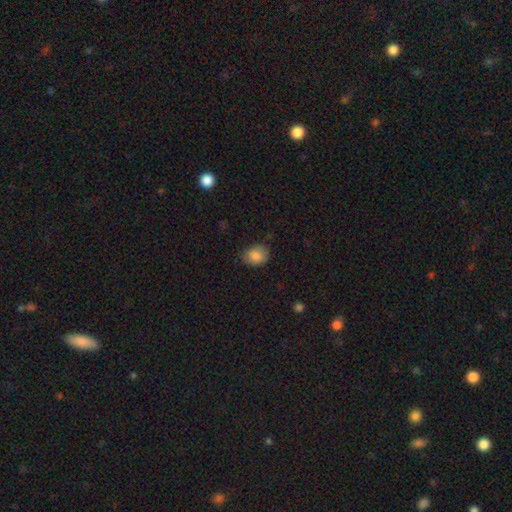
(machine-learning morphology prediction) A smooth galaxy with no disk features (85%) that is in between round and cigar-shaped (58%). Merging: none (77%).